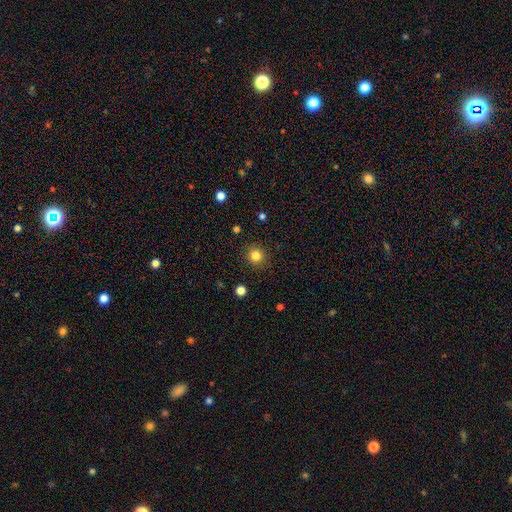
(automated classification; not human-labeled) The model was most divided on "smooth or featured": smooth: 82%, star or artifact: 13%, featured or disk: 5%. More confident: how rounded — round (92%); merging — none (90%).